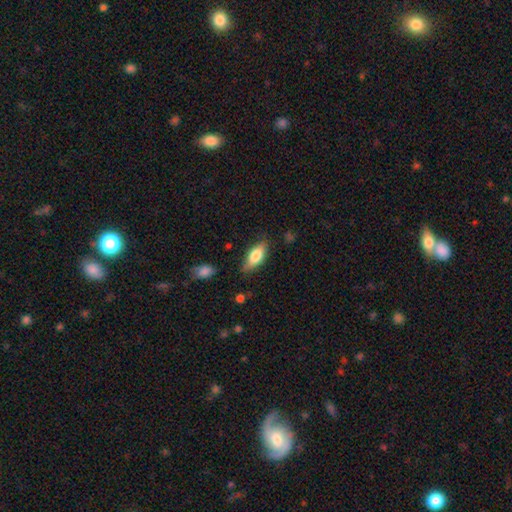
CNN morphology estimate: Smooth or featured?
  - smooth: 74% *
  - featured or disk: 20%
  - star or artifact: 7%
How rounded?
  - in between: 76% *
  - cigar-shaped: 21%
  - round: 3%
Merging?
  - none: 75% *
  - minor disturbance: 19%
  - major disturbance: 4%
  - merger: 2%